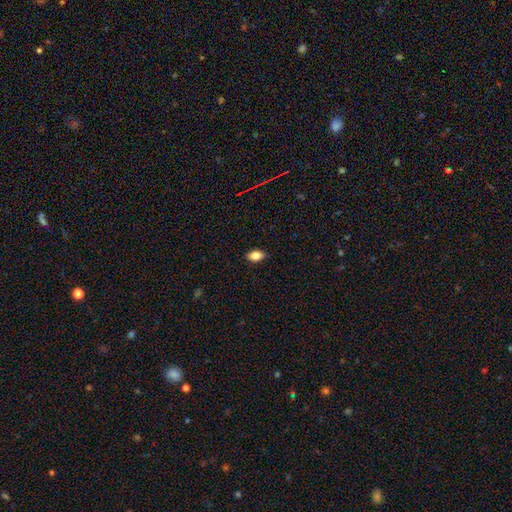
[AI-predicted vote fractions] The model was most divided on "merging": none: 85%, minor disturbance: 12%, major disturbance: 2%, merger: 1%. More confident: how rounded — in between (88%); smooth or featured — smooth (83%).